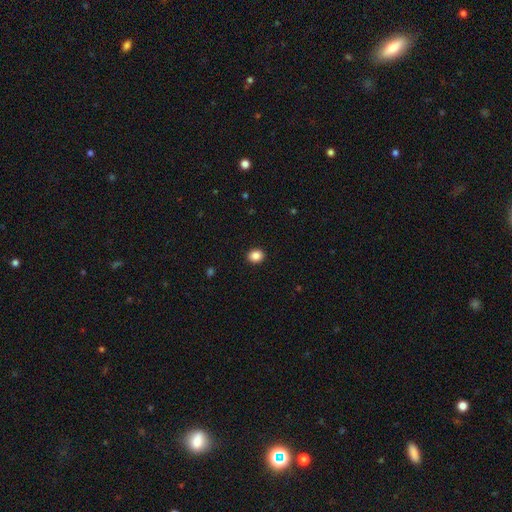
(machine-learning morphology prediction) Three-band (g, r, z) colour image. It shows a smooth galaxy with no disk features (87%) that is round (63%). Merging: none (92%).